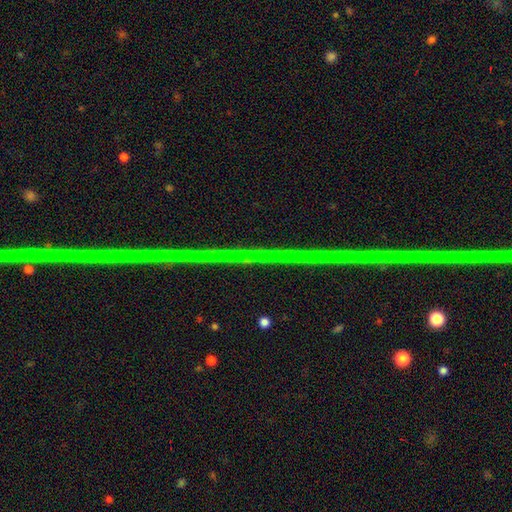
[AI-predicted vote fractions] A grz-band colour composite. It shows a star or artifact, not a galaxy (87%).